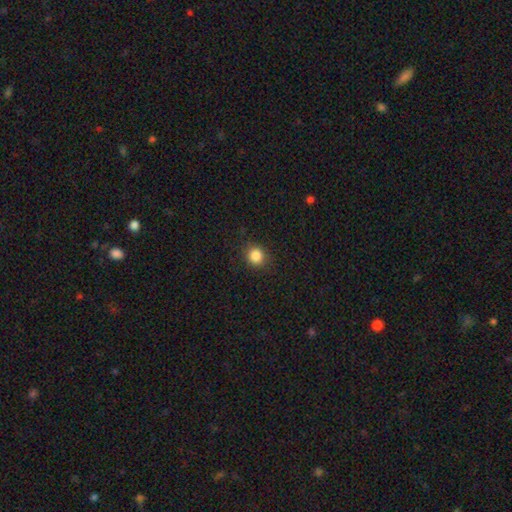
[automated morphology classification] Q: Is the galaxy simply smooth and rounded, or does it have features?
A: smooth — 86%.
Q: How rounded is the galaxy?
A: round — 86%.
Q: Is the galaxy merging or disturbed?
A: none — 89%.